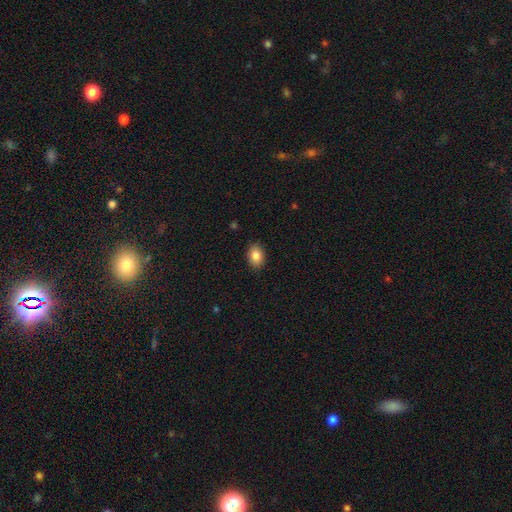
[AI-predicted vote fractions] Overall: smooth (86%). How rounded: in between (82%). Merging: none (89%).